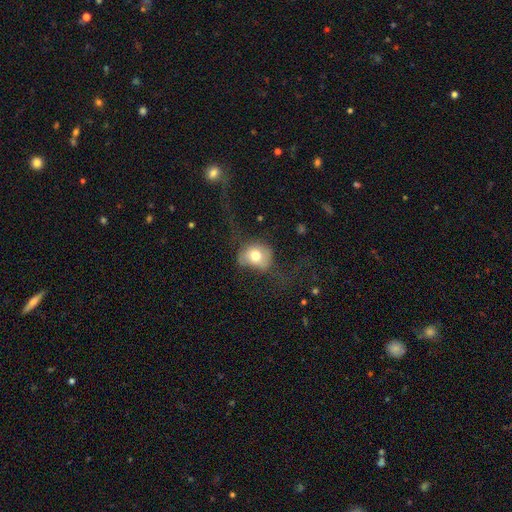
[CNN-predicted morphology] A smooth galaxy with no disk features (67%) that is round (64%). Merging: major disturbance (39%).